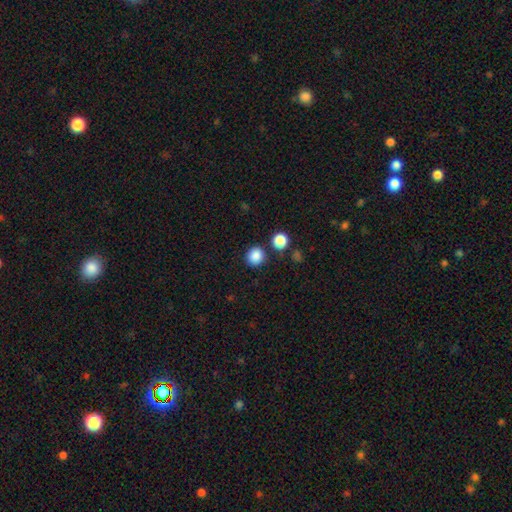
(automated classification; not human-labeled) smooth-or-featured: smooth: 86% | star or artifact: 10% | featured or disk: 3%
  how-rounded: round: 90% | in between: 9% | cigar-shaped: 1%
  merging: none: 84% | minor disturbance: 8% | merger: 5% | major disturbance: 3%